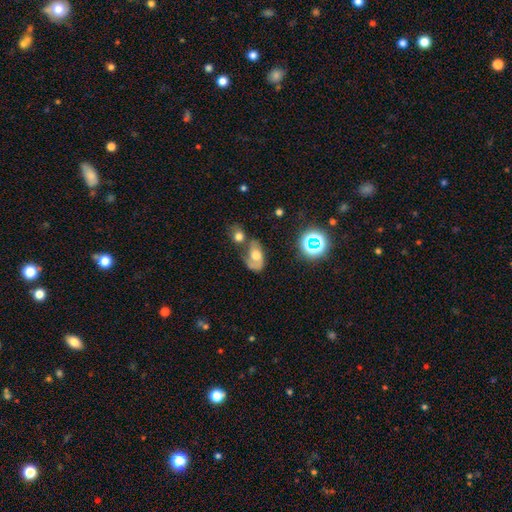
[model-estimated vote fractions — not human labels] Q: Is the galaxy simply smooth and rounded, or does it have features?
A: featured or disk — 44%.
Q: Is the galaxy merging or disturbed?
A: merger — 36%.